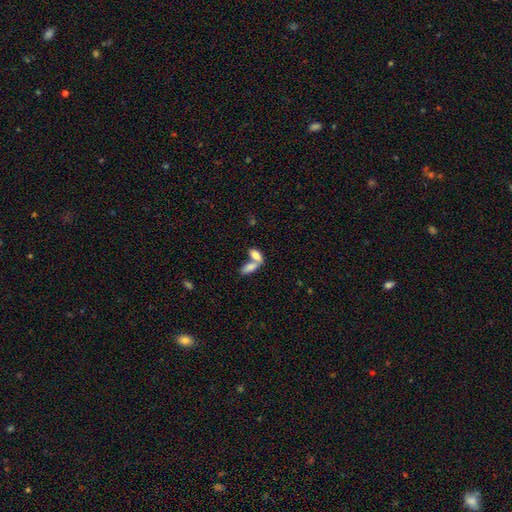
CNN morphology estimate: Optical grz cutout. It shows a smooth galaxy with no disk features (78%) that is in between round and cigar-shaped (85%). Merging: merger (66%).